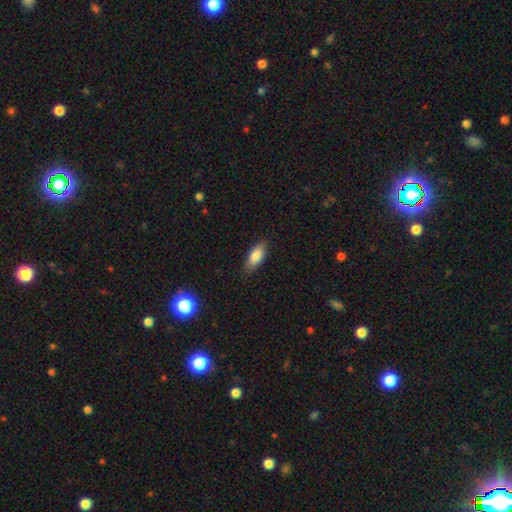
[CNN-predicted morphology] type=smooth (83%); roundness=in between (80%); merging=none (83%).